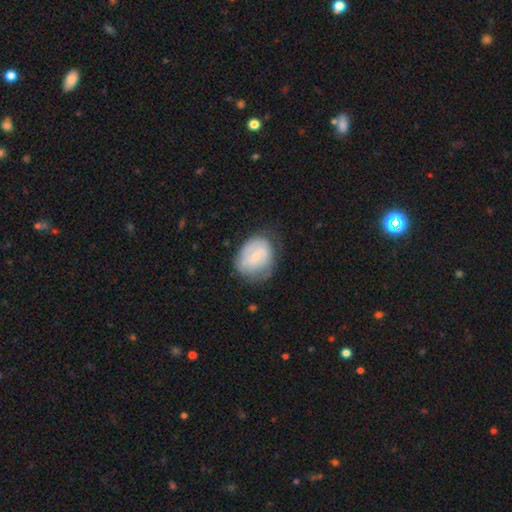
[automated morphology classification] smooth_or_featured: featured or disk (p=0.56) [alt: smooth p=0.38]
disk_edge_on: no (p=0.98) [alt: yes p=0.02]
bar: no (p=0.50) [alt: weak p=0.42]
has_spiral_arms: yes (p=0.74) [alt: no p=0.26]
bulge_size: small (p=0.66) [alt: moderate p=0.24]
merging: none (p=0.58) [alt: minor disturbance p=0.27]